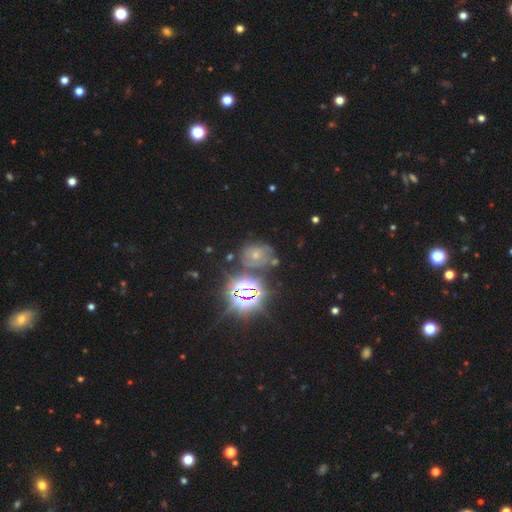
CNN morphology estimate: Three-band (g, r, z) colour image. It shows a star or artifact, not a galaxy (42%).